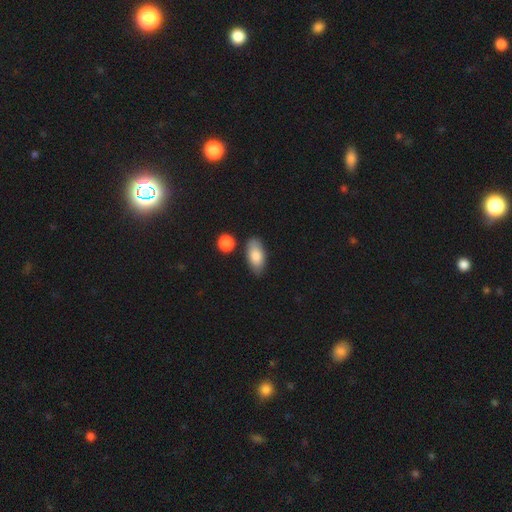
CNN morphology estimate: Q: Smooth or featured?
A: smooth (83%); runner-up: featured or disk (11%)
Q: How rounded?
A: in between (91%); runner-up: cigar-shaped (5%)
Q: Merging?
A: none (78%); runner-up: minor disturbance (14%)